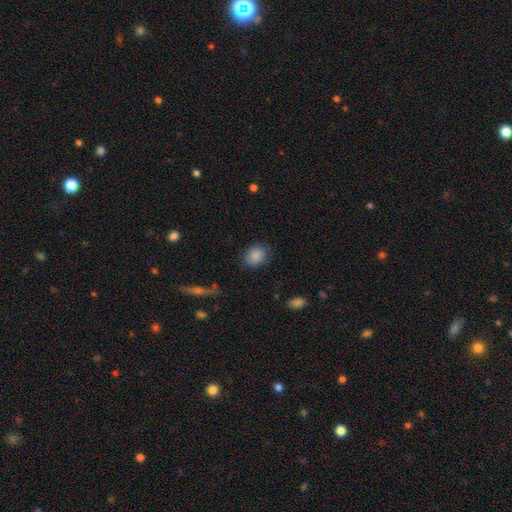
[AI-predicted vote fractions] Smooth or featured? smooth (87%)
How rounded? in between (55%)
Merging? none (83%)